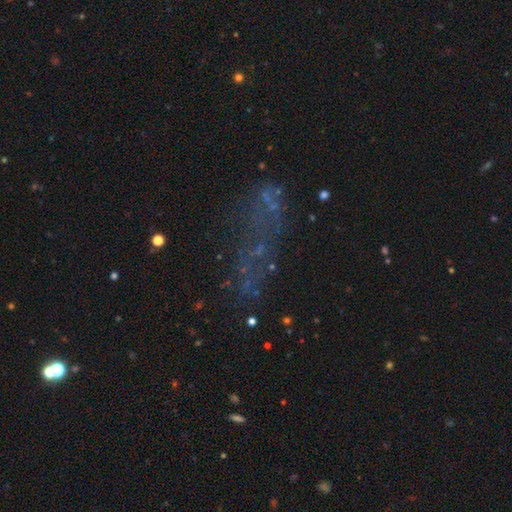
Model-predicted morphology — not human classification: smooth_or_featured: star or artifact (p=0.42) [alt: featured or disk p=0.32]